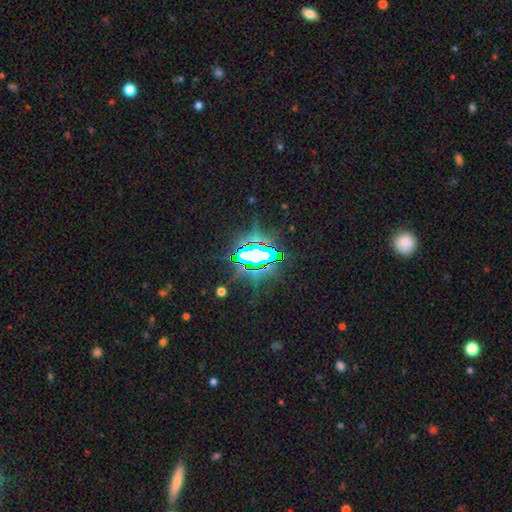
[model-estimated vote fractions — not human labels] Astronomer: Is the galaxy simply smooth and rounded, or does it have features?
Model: star or artifact — 76%.